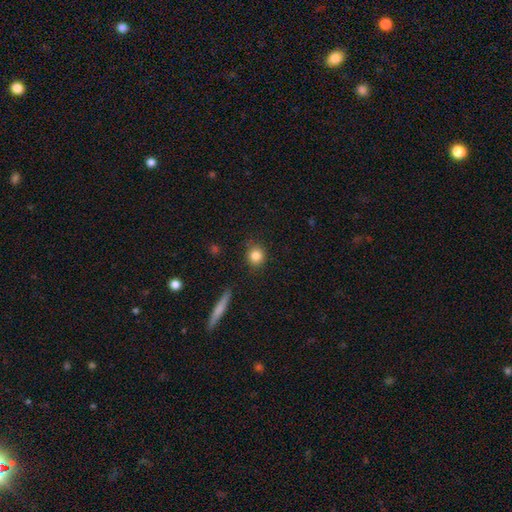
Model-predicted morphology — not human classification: A smooth galaxy with no disk features (84%) that is round (86%).

Vote fractions:
- Smooth or featured? smooth: 84% / star or artifact: 10% / featured or disk: 6%
- How rounded? round: 86% / in between: 13% / cigar-shaped: 2%
- Merging? none: 86% / minor disturbance: 10% / major disturbance: 3% / merger: 2%